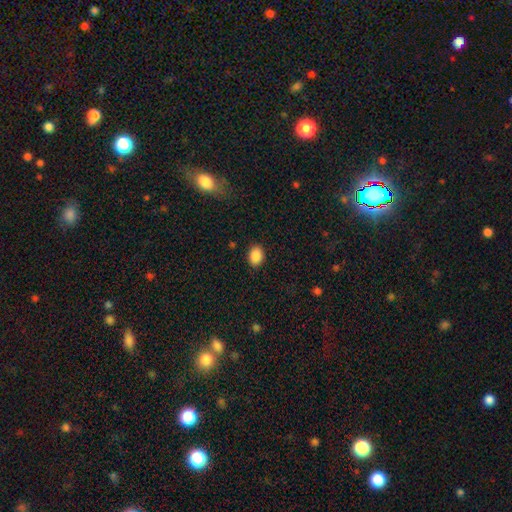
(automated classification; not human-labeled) Smooth or featured: smooth — 87% (star or artifact — 8%)
How rounded: in between — 74% (round — 25%)
Merging: none — 88% (minor disturbance — 8%)